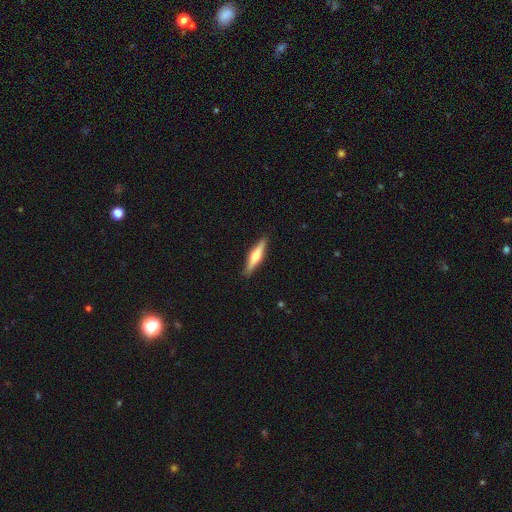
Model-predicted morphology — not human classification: A featured or disk galaxy (55%) viewed edge-on (96%) with a rounded central bulge (86%).

Vote fractions:
- Smooth or featured? featured or disk: 55% / smooth: 39% / star or artifact: 6%
- Edge-on disk? yes: 96% / no: 4%
- Edge-on bulge? rounded: 86% / boxy: 8% / none: 5%
- Merging? none: 90% / minor disturbance: 7% / major disturbance: 2% / merger: 1%